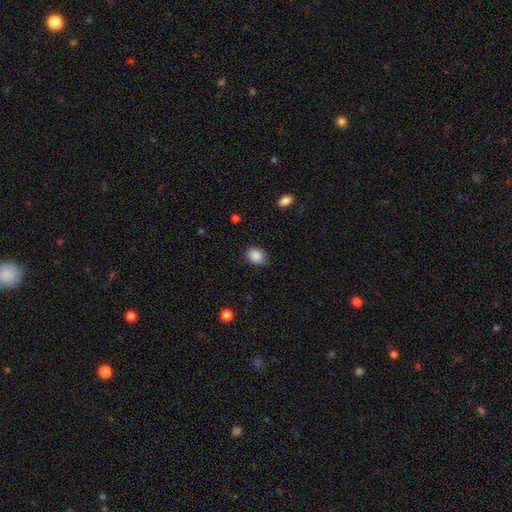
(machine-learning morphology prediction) smooth-or-featured: smooth: 88% | star or artifact: 8% | featured or disk: 4%
  how-rounded: in between: 64% | round: 35% | cigar-shaped: 1%
  merging: none: 76% | minor disturbance: 19% | major disturbance: 4% | merger: 1%